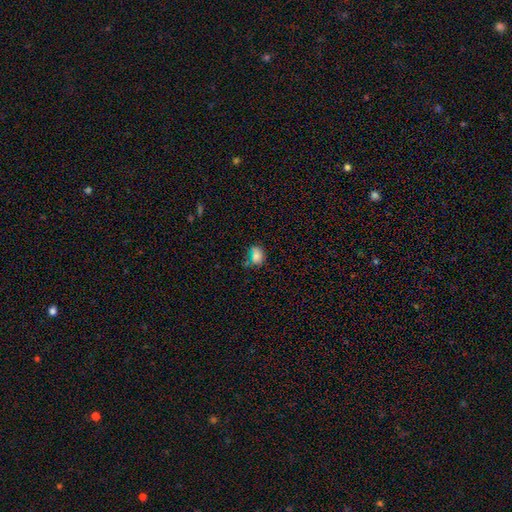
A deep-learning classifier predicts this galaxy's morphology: Smooth or featured?
  - smooth: 74% *
  - star or artifact: 18%
  - featured or disk: 8%
How rounded?
  - in between: 65% *
  - round: 32%
  - cigar-shaped: 2%
Merging?
  - none: 53% *
  - minor disturbance: 25%
  - major disturbance: 11%
  - merger: 11%